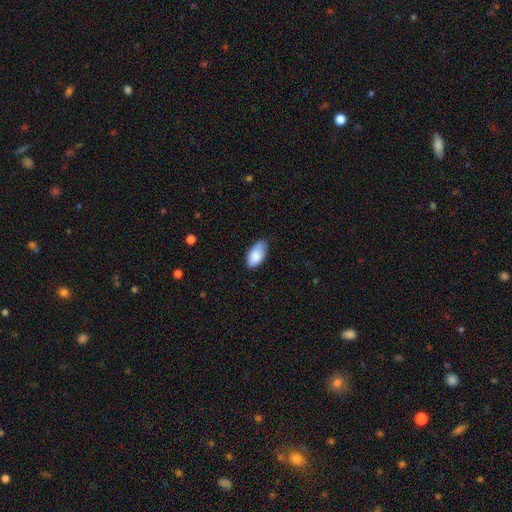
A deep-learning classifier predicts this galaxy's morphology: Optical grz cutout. It shows a smooth galaxy with no disk features (87%) that is in between round and cigar-shaped (95%). Merging: none (72%).